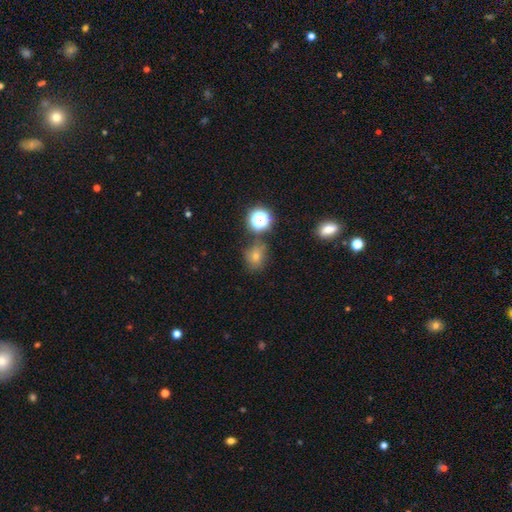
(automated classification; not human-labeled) smooth 66%, star or artifact 22%, featured or disk 12%. Down the decision tree: how rounded — round (67%); merging — none (67%).